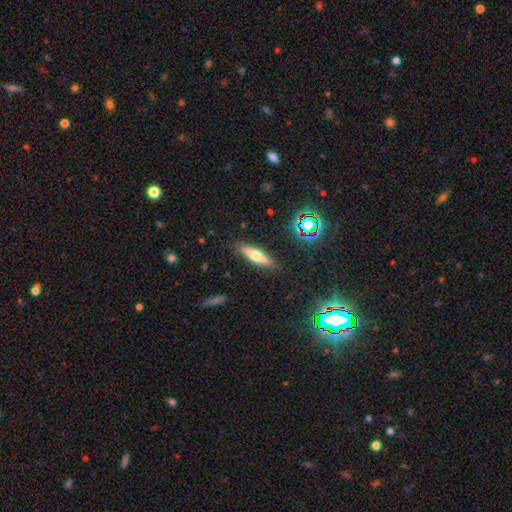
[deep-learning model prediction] Smooth or featured? smooth (55%)
How rounded? cigar-shaped (69%)
Merging? none (87%)